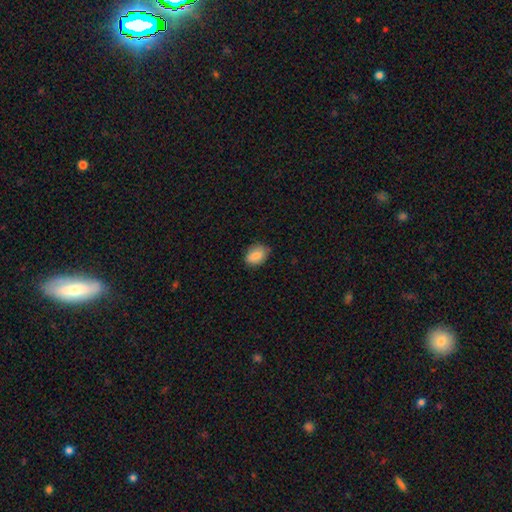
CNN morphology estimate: smooth_or_featured: smooth (p=0.86) [alt: star or artifact p=0.07]
how_rounded: in between (p=0.78) [alt: round p=0.21]
merging: none (p=0.78) [alt: minor disturbance p=0.18]